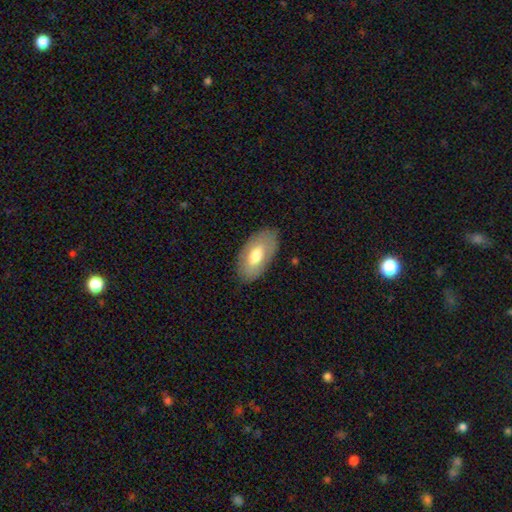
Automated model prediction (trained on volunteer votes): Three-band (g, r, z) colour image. It shows a smooth galaxy with no disk features (64%) that is in between round and cigar-shaped (94%). Merging: none (82%).